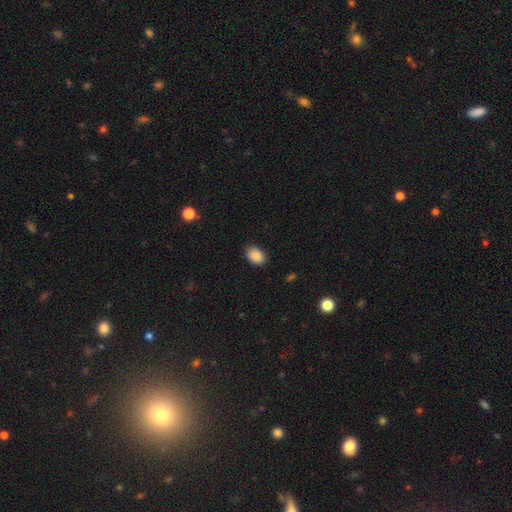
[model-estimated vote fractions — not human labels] Overall: smooth (89%). How rounded: in between (82%). Merging: none (82%).